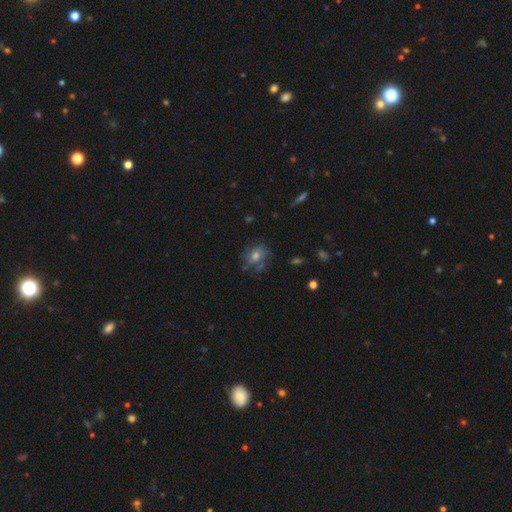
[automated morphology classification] Overall: featured or disk (41%; smooth 40%). Merging: none (64%).